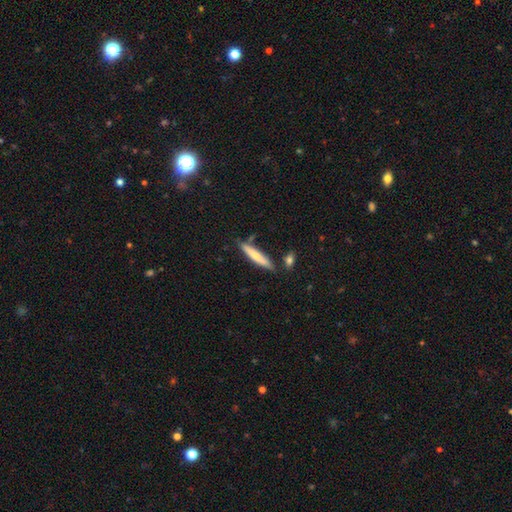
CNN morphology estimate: A smooth galaxy with no disk features (60%) that is cigar-shaped (88%).

Vote fractions:
- Smooth or featured? smooth: 60% / featured or disk: 34% / star or artifact: 6%
- How rounded? cigar-shaped: 88% / in between: 11% / round: 1%
- Merging? none: 79% / minor disturbance: 13% / merger: 6% / major disturbance: 2%